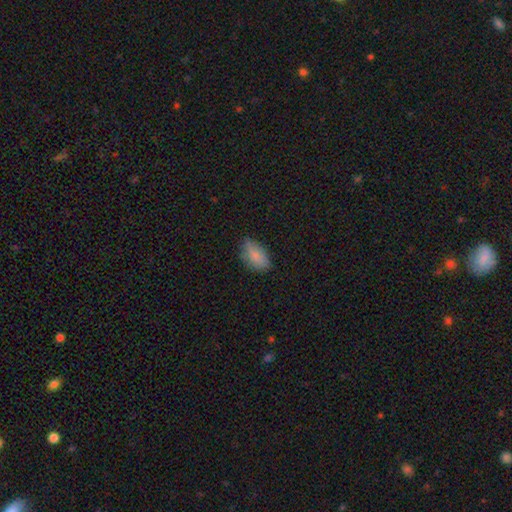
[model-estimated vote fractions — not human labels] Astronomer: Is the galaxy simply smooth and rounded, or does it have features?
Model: smooth — 83%.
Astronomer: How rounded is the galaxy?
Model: in between — 92%.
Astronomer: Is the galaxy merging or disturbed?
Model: none — 70%.